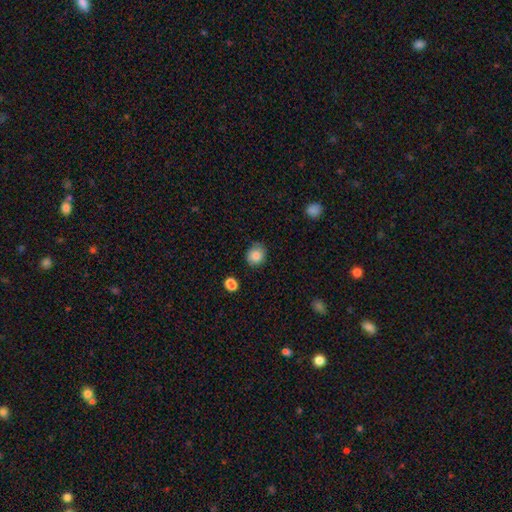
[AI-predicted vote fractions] Smooth or featured?
  - smooth: 85% *
  - star or artifact: 9%
  - featured or disk: 6%
How rounded?
  - round: 73% *
  - in between: 26%
  - cigar-shaped: 1%
Merging?
  - none: 79% *
  - minor disturbance: 16%
  - major disturbance: 3%
  - merger: 2%